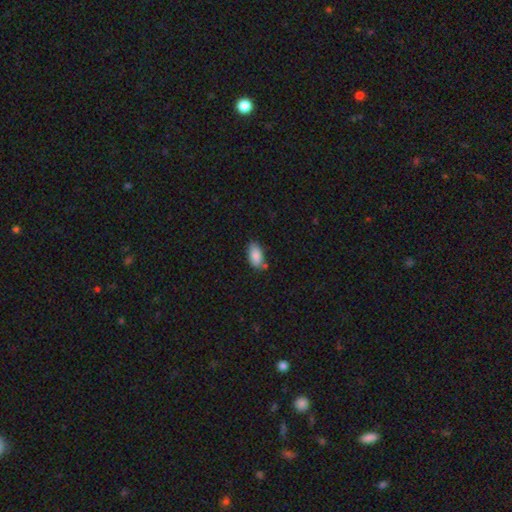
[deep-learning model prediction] Smooth or featured? Predicted: smooth (p=0.87). How rounded? Predicted: in between (p=0.93). Merging? Predicted: none (p=0.70).